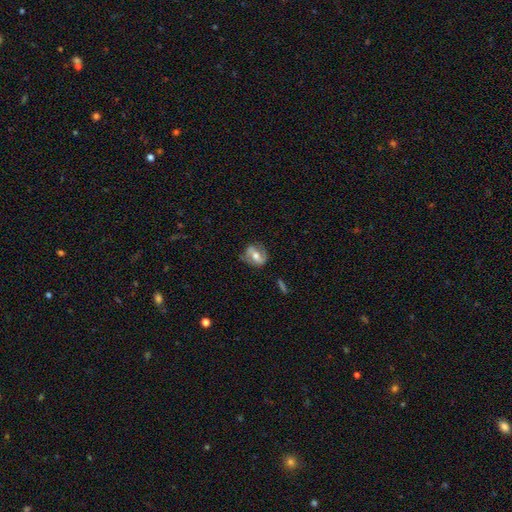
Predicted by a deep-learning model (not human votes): smooth_or_featured: featured or disk (p=0.57) [alt: smooth p=0.36]
disk_edge_on: no (p=0.91) [alt: yes p=0.09]
bar: strong (p=0.41) [alt: weak p=0.32]
has_spiral_arms: yes (p=0.57) [alt: no p=0.43]
bulge_size: moderate (p=0.72) [alt: small p=0.16]
merging: none (p=0.64) [alt: minor disturbance p=0.24]